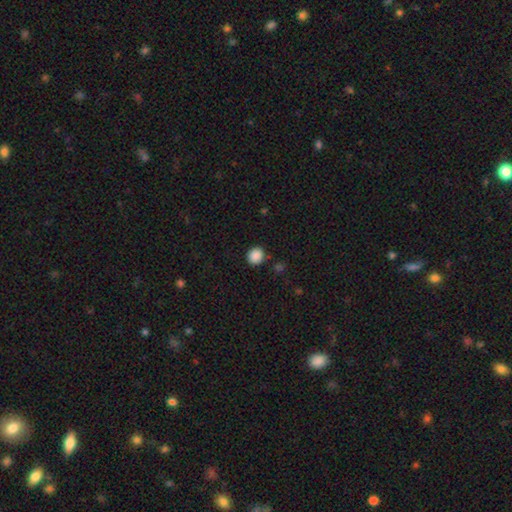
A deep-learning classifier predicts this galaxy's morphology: smooth-or-featured: smooth: 88% | star or artifact: 9% | featured or disk: 3%
  how-rounded: round: 75% | in between: 24% | cigar-shaped: 1%
  merging: none: 86% | minor disturbance: 8% | merger: 3% | major disturbance: 3%